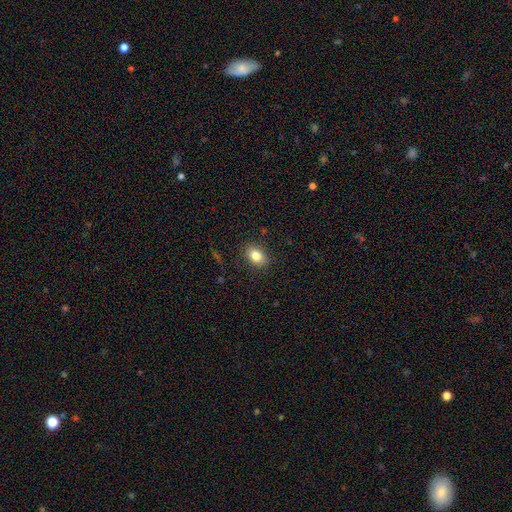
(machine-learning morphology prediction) Smooth or featured? Predicted: smooth (p=0.82). How rounded? Predicted: in between (p=0.76). Merging? Predicted: none (p=0.86).